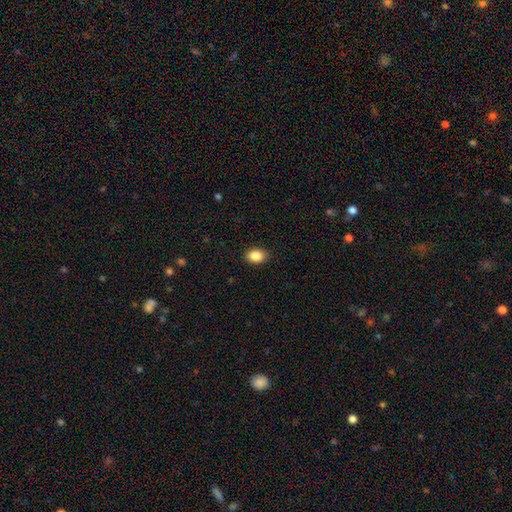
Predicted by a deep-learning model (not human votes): Q: Smooth or featured?
A: smooth (87%); runner-up: star or artifact (8%)
Q: How rounded?
A: in between (76%); runner-up: round (23%)
Q: Merging?
A: none (89%); runner-up: minor disturbance (8%)